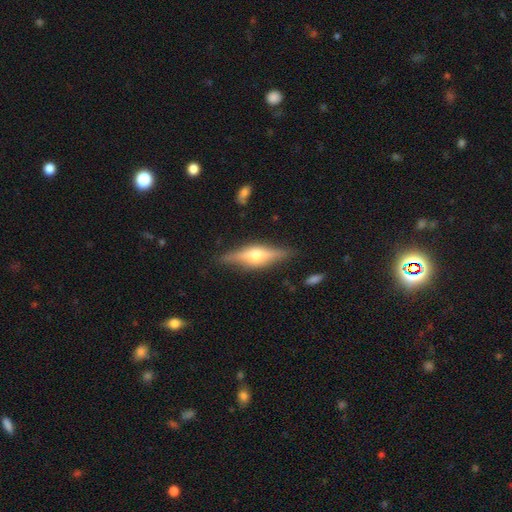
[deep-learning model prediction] Smooth or featured? featured or disk (72%)
Edge-on disk? yes (95%)
Edge-on bulge? rounded (90%)
Merging? none (85%)